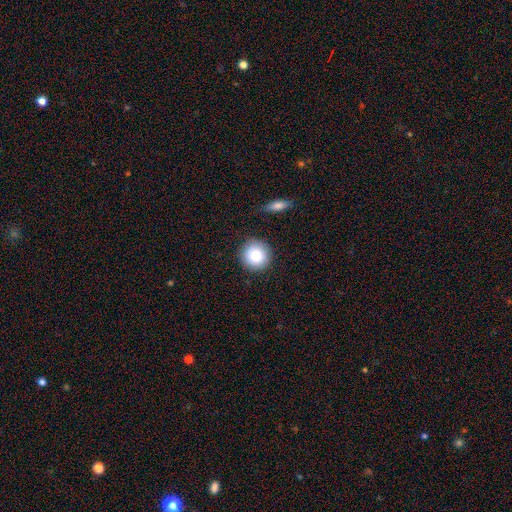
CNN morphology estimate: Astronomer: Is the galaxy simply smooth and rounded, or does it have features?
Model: smooth — 85%.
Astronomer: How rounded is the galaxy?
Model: round — 93%.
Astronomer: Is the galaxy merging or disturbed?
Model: none — 86%.